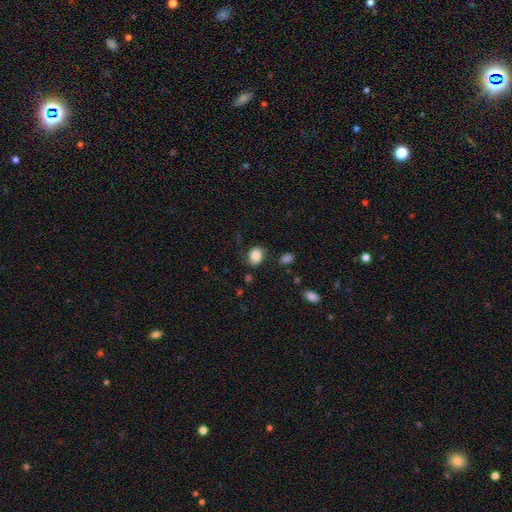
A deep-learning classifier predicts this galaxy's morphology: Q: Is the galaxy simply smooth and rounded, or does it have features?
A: smooth — 82%.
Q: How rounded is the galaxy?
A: in between — 51%.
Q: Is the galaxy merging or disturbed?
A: none — 70%.